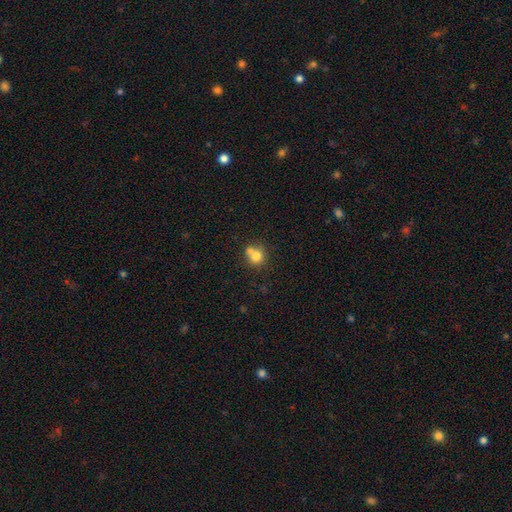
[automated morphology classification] Overall: smooth (75%). How rounded: round (84%). Merging: none (45%; merger 43%).